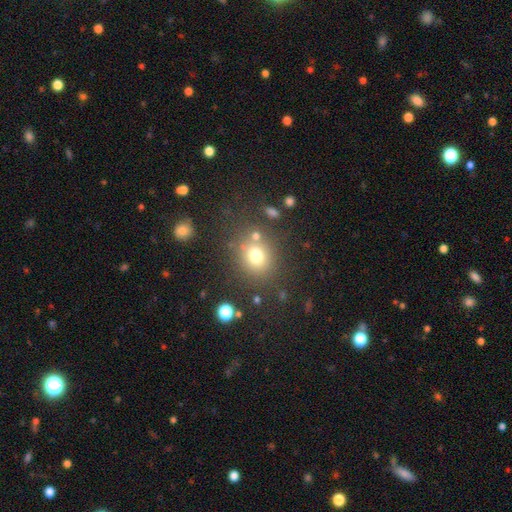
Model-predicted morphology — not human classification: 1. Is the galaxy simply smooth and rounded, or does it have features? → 73% smooth, 16% star or artifact, 11% featured or disk.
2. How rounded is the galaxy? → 76% round, 23% in between, 1% cigar-shaped.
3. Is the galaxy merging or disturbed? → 74% none, 11% minor disturbance, 9% merger, 6% major disturbance.